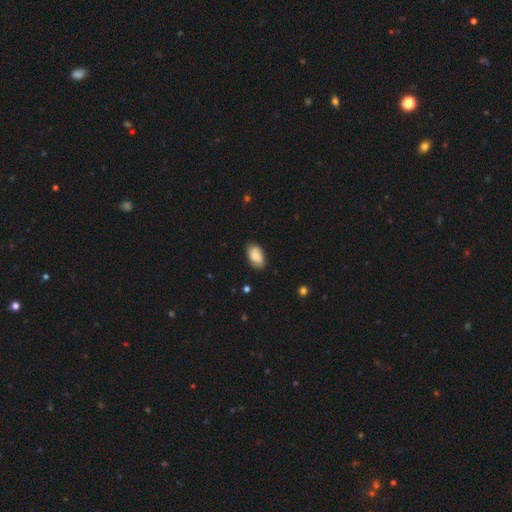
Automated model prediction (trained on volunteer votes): This appears to be a smooth galaxy with no disk features (75%) that is in between round and cigar-shaped (92%). Merging: none (80%).